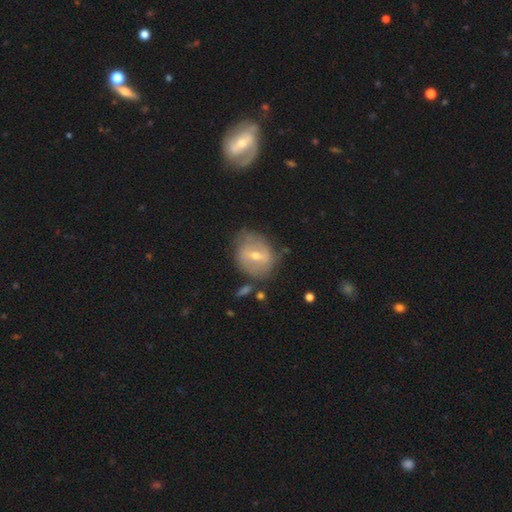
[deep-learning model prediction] This appears to be a featured or disk galaxy (61%) with a weak bar (51%), spiral arms (62%) and a moderate central bulge (53%). Merging: none (64%).